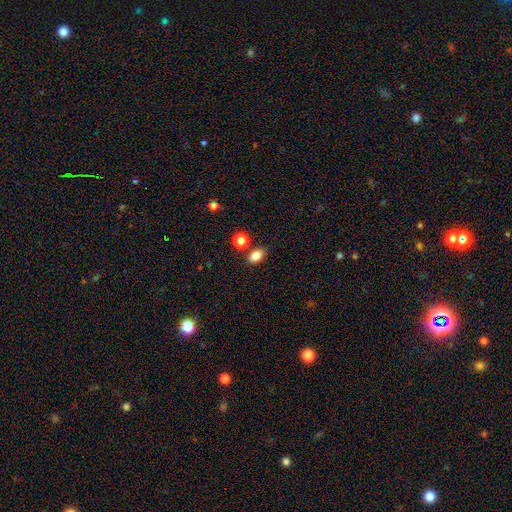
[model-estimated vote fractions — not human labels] Smooth or featured?
  - smooth: 85% *
  - star or artifact: 10%
  - featured or disk: 5%
How rounded?
  - in between: 80% *
  - round: 19%
  - cigar-shaped: 1%
Merging?
  - none: 76% *
  - minor disturbance: 12%
  - merger: 9%
  - major disturbance: 3%